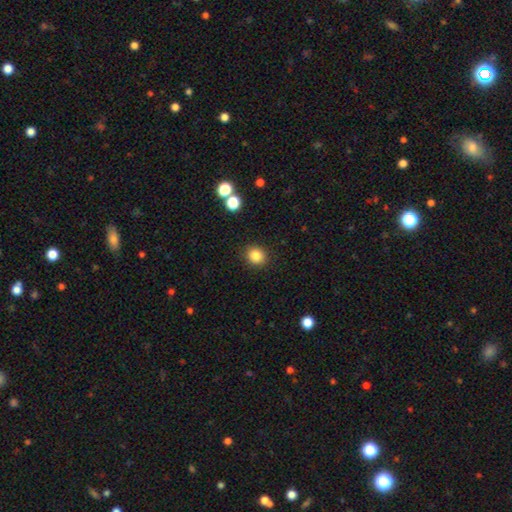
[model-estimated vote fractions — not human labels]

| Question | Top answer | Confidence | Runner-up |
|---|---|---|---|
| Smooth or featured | smooth | 84% | star or artifact (11%) |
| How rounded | round | 80% | in between (19%) |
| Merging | none | 89% | minor disturbance (7%) |